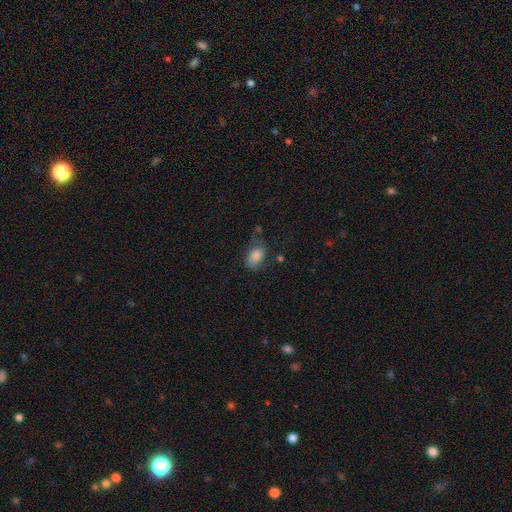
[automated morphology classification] The model was most divided on "merging": none: 52%, minor disturbance: 29%, major disturbance: 15%, merger: 5%. More confident: how rounded — in between (89%); smooth or featured — smooth (79%).